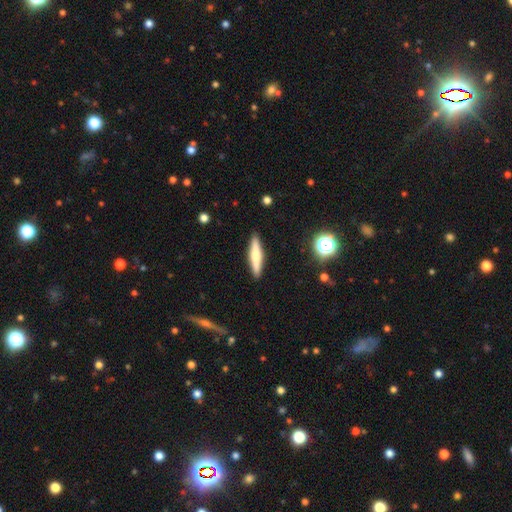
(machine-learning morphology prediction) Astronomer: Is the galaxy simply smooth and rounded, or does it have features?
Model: smooth — 51% (runner-up: featured or disk, 42%).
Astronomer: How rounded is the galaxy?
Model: cigar-shaped — 84%.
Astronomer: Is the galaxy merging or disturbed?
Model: none — 90%.